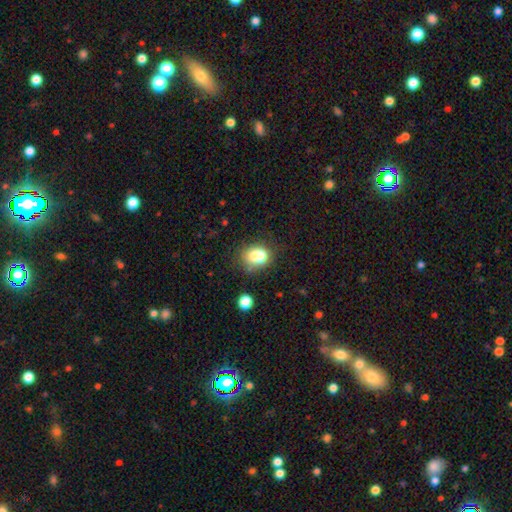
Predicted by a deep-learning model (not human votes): A smooth galaxy with no disk features (73%) that is in between round and cigar-shaped (52%).

Vote fractions:
- Smooth or featured? smooth: 73% / featured or disk: 15% / star or artifact: 12%
- How rounded? in between: 52% / round: 47% / cigar-shaped: 1%
- Merging? none: 46% / merger: 25% / minor disturbance: 20% / major disturbance: 9%